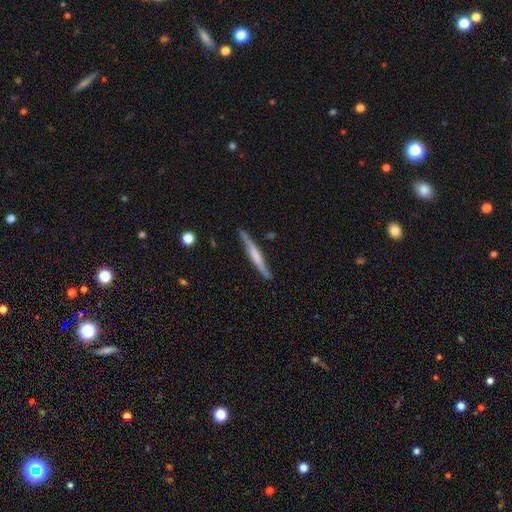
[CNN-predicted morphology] Overall: featured or disk (61%; smooth 34%). Edge-on disk: yes (94%). Edge-on bulge: none (40%; rounded 31%). Merging: none (81%).